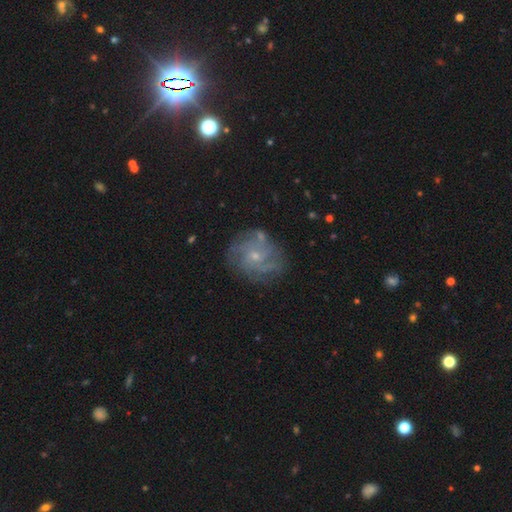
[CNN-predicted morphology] The model was most divided on "spiral arm count": can't tell: 32%, 4: 25%, 3: 18%, 2: 10%, more than 4: 8%, 1: 6%. Remaining: edge-on disk — no (98%); spiral arms — yes (90%); smooth or featured — featured or disk (76%); merging — none (74%); bar — no (74%); bulge size — small (72%); spiral winding — tight (47%).